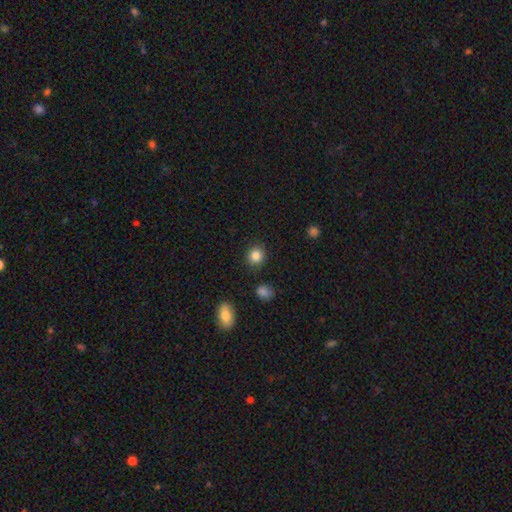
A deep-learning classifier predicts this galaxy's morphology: Overall: smooth (86%). How rounded: round (85%). Merging: none (89%).